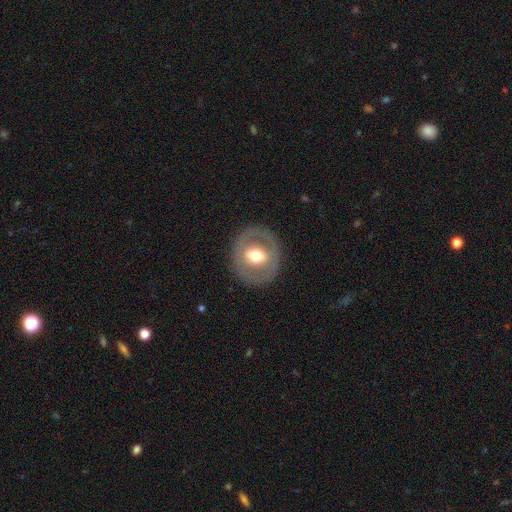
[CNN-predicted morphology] Q: Smooth or featured?
A: featured or disk (53%); runner-up: smooth (41%)
Q: Edge-on disk?
A: no (93%); runner-up: yes (7%)
Q: Merging?
A: none (84%); runner-up: minor disturbance (9%)